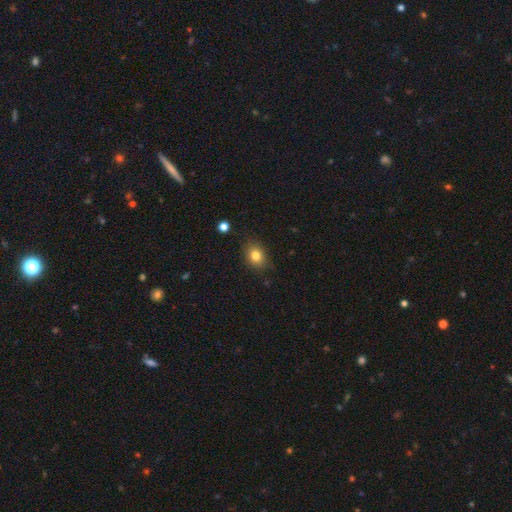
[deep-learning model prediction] smooth_or_featured: smooth (p=0.82) [alt: star or artifact p=0.11]
how_rounded: in between (p=0.60) [alt: round p=0.39]
merging: none (p=0.84) [alt: minor disturbance p=0.12]